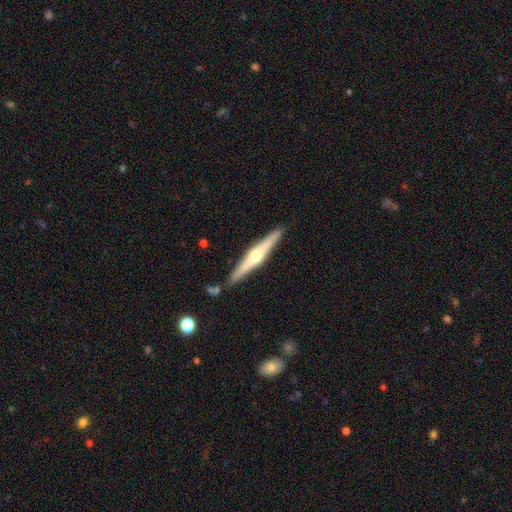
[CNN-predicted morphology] A featured or disk galaxy (70%) viewed edge-on (98%) with a rounded central bulge (89%). Merging: none (86%).